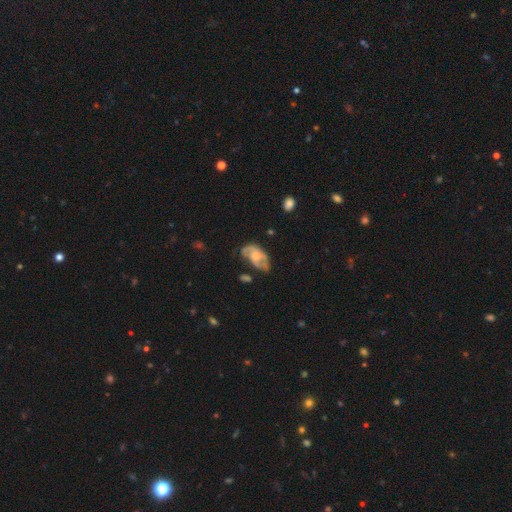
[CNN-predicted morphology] smooth_or_featured: featured or disk (p=0.65) [alt: smooth p=0.29]
disk_edge_on: no (p=0.95) [alt: yes p=0.05]
bar: no (p=0.73) [alt: weak p=0.23]
has_spiral_arms: yes (p=0.75) [alt: no p=0.25]
bulge_size: small (p=0.47) [alt: moderate p=0.44]
merging: none (p=0.43) [alt: minor disturbance p=0.31]